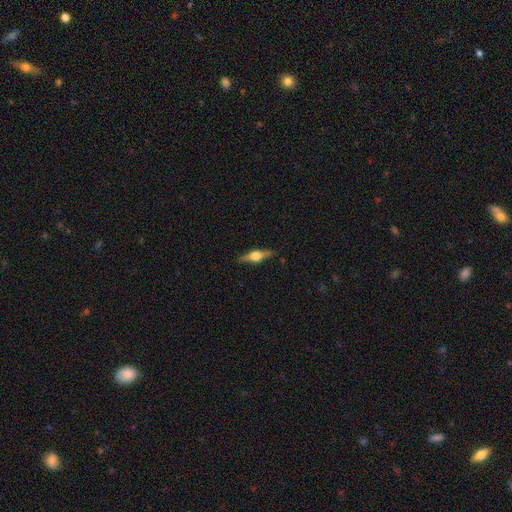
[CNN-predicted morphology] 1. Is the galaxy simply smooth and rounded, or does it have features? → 74% featured or disk, 20% smooth, 6% star or artifact.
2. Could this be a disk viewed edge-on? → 97% yes, 3% no.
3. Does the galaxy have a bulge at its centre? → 94% rounded, 5% boxy, 1% none.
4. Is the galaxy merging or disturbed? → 88% none, 9% minor disturbance, 2% major disturbance, 1% merger.